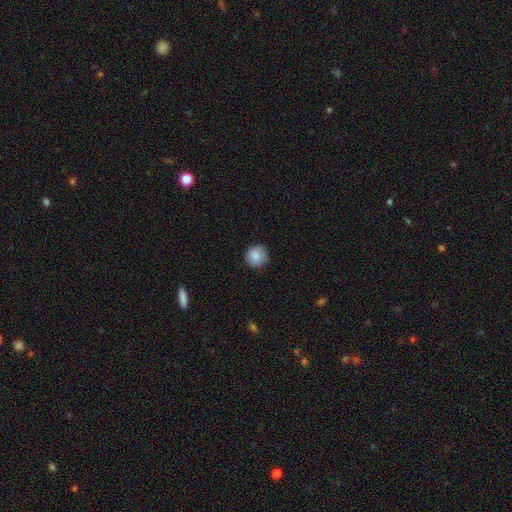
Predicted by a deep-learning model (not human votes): This is clearly a smooth galaxy (86%). How rounded: clearly round (93%). Merging: clearly none (85%).